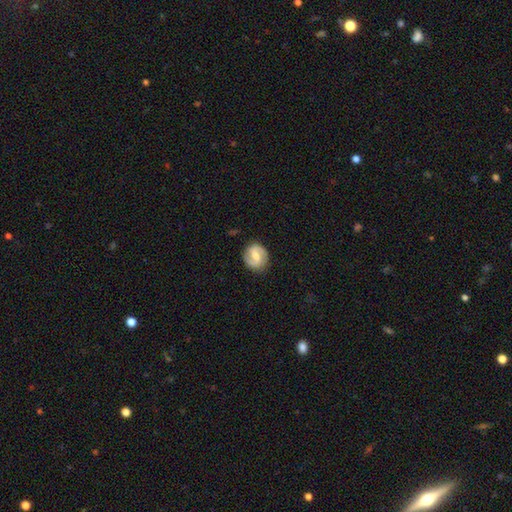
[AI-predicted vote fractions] smooth-or-featured: featured or disk: 79% | smooth: 16% | star or artifact: 5%
  disk-edge-on: no: 98% | yes: 2%
    bar: weak: 51% | strong: 29% | no: 19%
    has-spiral-arms: yes: 95% | no: 5%
      spiral-winding: medium: 50% | tight: 26% | loose: 24%
      spiral-arm-count: 2: 91% | can't tell: 3% | 1: 2% | 3: 1% | 4: 1% | more than 4: 1%
    bulge-size: moderate: 48% | small: 41% | none: 6% | large: 4% | dominant: 1%
  merging: none: 85% | minor disturbance: 11% | major disturbance: 3% | merger: 1%